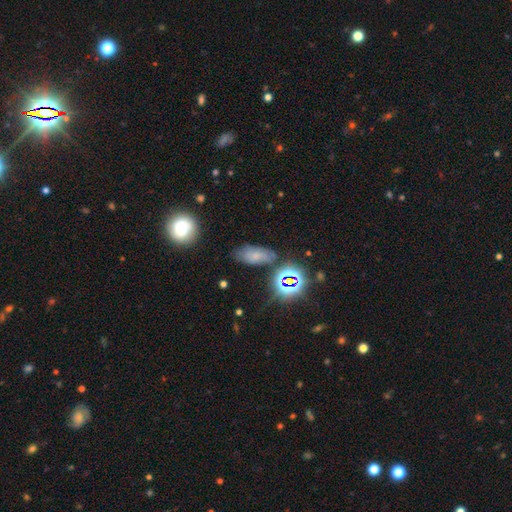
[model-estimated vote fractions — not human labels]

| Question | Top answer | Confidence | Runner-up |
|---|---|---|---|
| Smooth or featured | smooth | 50% | star or artifact (26%) |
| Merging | none | 66% | minor disturbance (21%) |